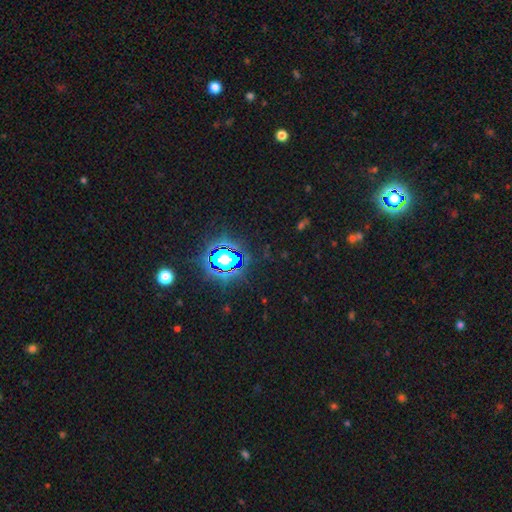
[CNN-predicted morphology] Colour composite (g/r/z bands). It shows a star or artifact, not a galaxy (82%).